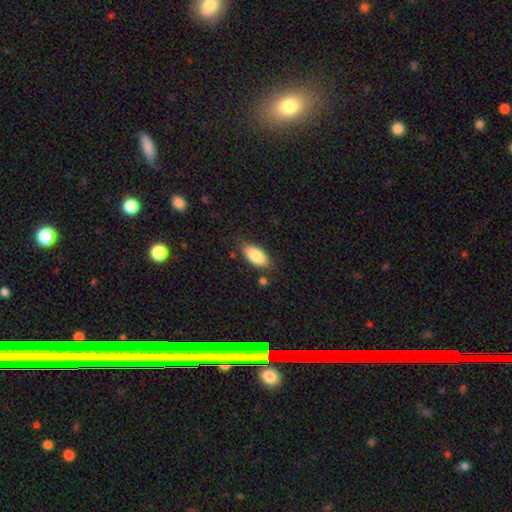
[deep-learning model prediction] Smooth or featured?
  - smooth: 84% *
  - featured or disk: 9%
  - star or artifact: 6%
How rounded?
  - in between: 91% *
  - cigar-shaped: 7%
  - round: 2%
Merging?
  - none: 79% *
  - minor disturbance: 14%
  - major disturbance: 3%
  - merger: 3%